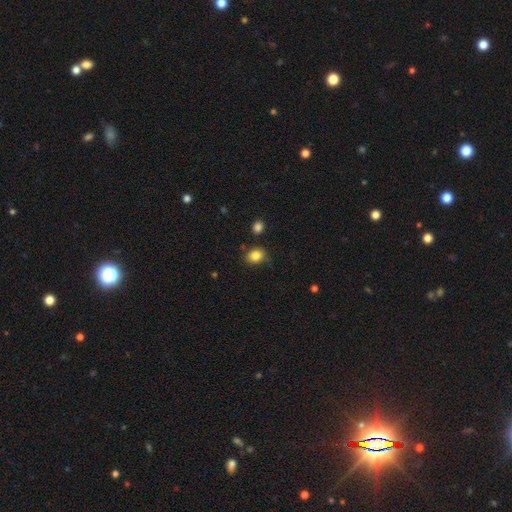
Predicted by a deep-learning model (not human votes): smooth 85%, star or artifact 10%, featured or disk 5%. Down the decision tree: how rounded — round (52%); merging — none (78%).